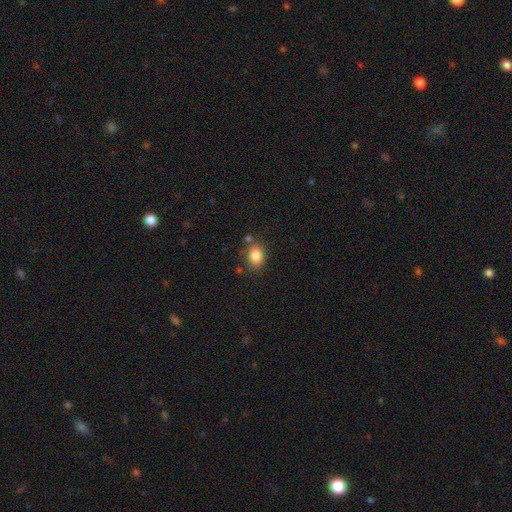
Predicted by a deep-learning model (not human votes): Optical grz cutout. It shows a smooth galaxy with no disk features (85%) that is in between round and cigar-shaped (65%). Merging: none (74%).